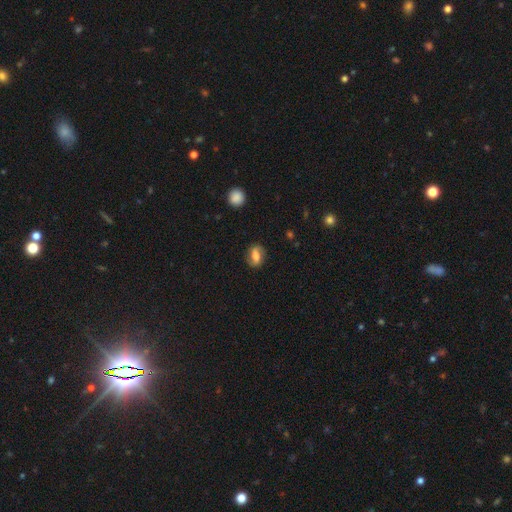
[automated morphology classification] Smooth or featured: smooth — 49% (featured or disk — 42%)
Merging: none — 81% (minor disturbance — 13%)